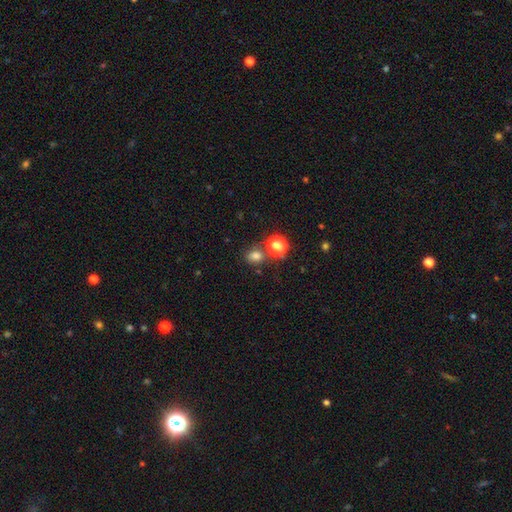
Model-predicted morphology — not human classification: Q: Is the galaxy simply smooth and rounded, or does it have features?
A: smooth — 74%.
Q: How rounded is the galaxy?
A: round — 54%.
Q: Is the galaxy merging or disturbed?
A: none — 66%.